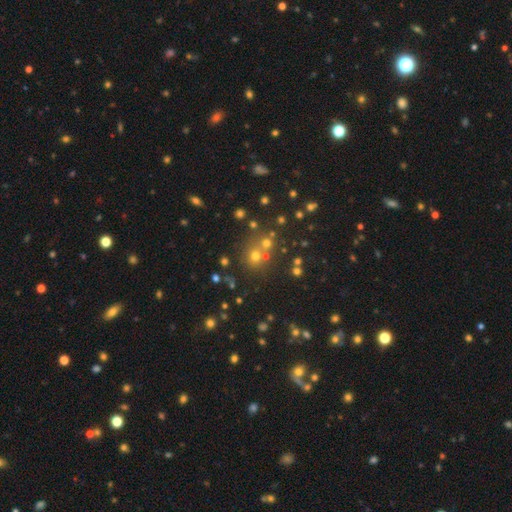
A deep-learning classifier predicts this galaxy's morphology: Q: Smooth or featured?
A: smooth (47%); runner-up: star or artifact (41%)
Q: Merging?
A: none (63%); runner-up: merger (25%)